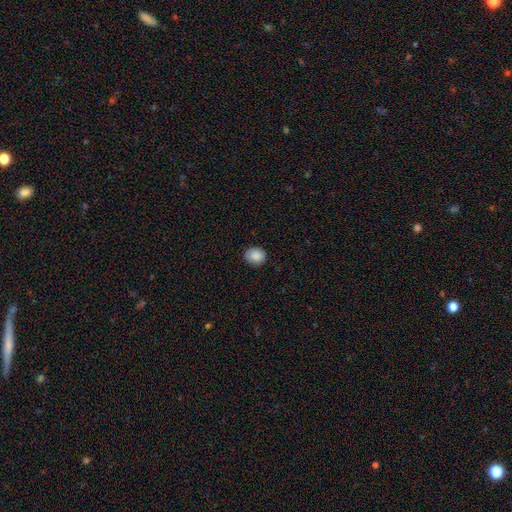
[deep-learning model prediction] A smooth galaxy with no disk features (88%) that is round (66%). Merging: none (86%).